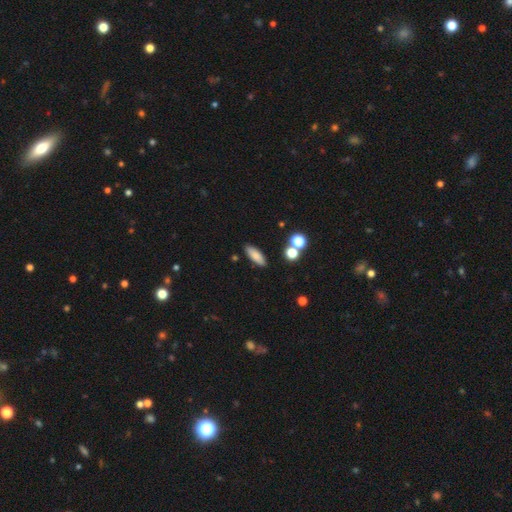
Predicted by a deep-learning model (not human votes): The model was most divided on "how rounded": in between: 58%, cigar-shaped: 39%, round: 3%. More confident: merging — none (86%); smooth or featured — smooth (82%).